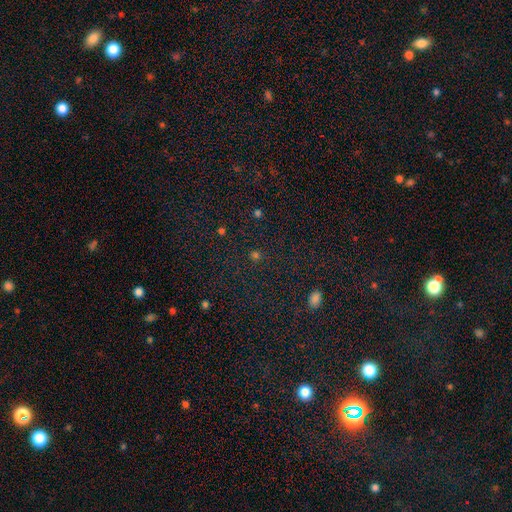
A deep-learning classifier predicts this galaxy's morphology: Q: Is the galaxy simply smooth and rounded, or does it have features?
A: star or artifact — 50%.